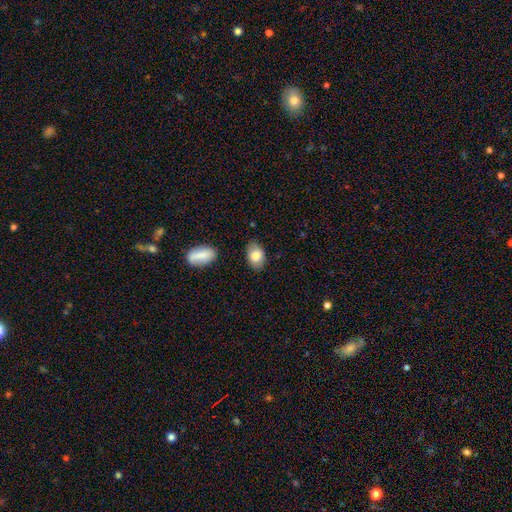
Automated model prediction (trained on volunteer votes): smooth-or-featured: smooth: 82% | featured or disk: 11% | star or artifact: 7%
  how-rounded: in between: 89% | round: 9% | cigar-shaped: 1%
  merging: none: 82% | minor disturbance: 13% | merger: 3% | major disturbance: 2%